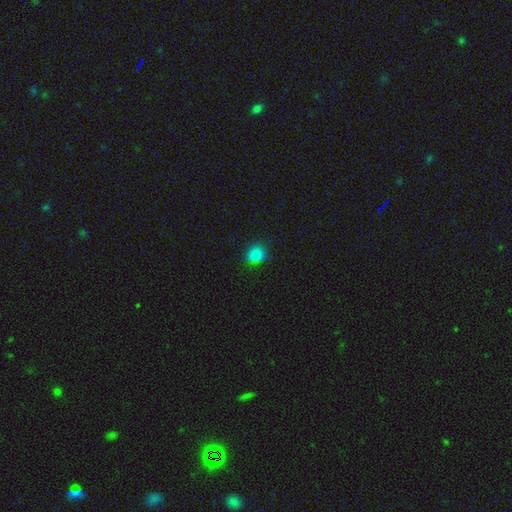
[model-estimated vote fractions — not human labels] smooth_or_featured: smooth (p=0.83) [alt: star or artifact p=0.13]
how_rounded: round (p=0.79) [alt: in between p=0.20]
merging: none (p=0.80) [alt: minor disturbance p=0.15]